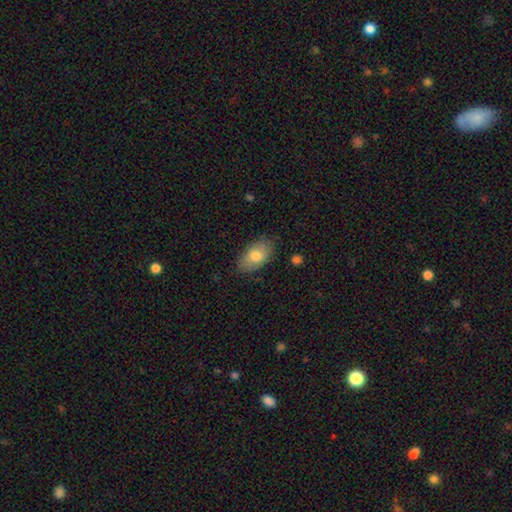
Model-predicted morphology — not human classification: This is likely a smooth galaxy (77%). How rounded: clearly in between (93%). Merging: clearly none (82%).